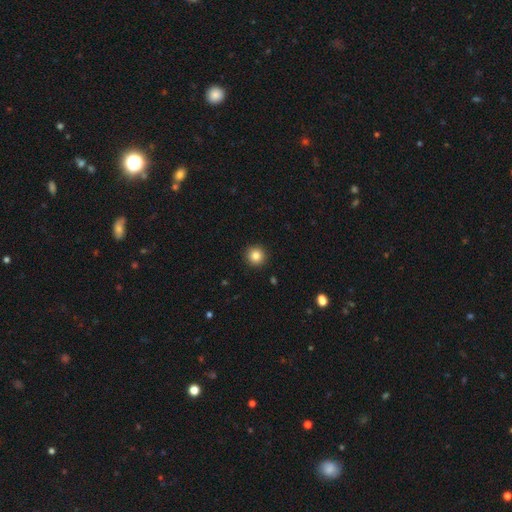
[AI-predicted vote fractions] Overall: smooth (85%). How rounded: round (95%). Merging: none (93%).